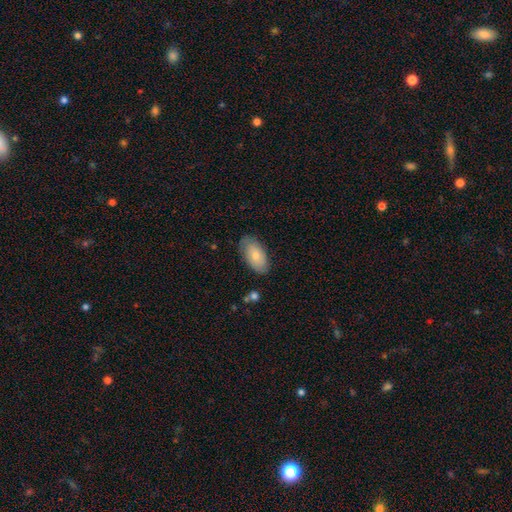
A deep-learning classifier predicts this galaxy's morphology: Q: Smooth or featured?
A: smooth (74%); runner-up: featured or disk (20%)
Q: How rounded?
A: in between (94%); runner-up: round (3%)
Q: Merging?
A: none (77%); runner-up: minor disturbance (18%)